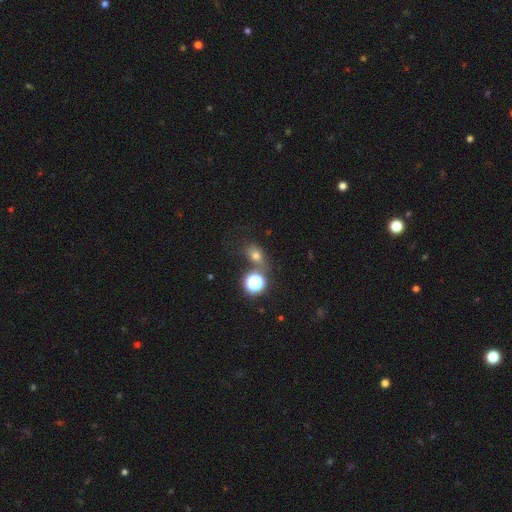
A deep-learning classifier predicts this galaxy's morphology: This is likely a smooth galaxy (65%). How rounded: possibly in between (52%). Merging: likely none (61%).